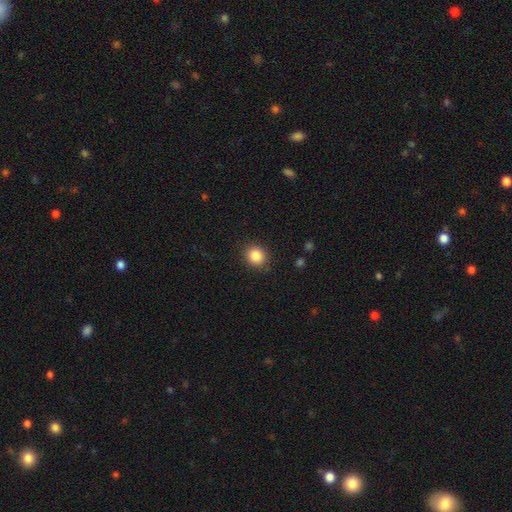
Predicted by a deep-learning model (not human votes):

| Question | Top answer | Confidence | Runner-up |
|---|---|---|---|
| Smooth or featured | smooth | 86% | star or artifact (10%) |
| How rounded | round | 76% | in between (23%) |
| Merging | none | 88% | minor disturbance (8%) |